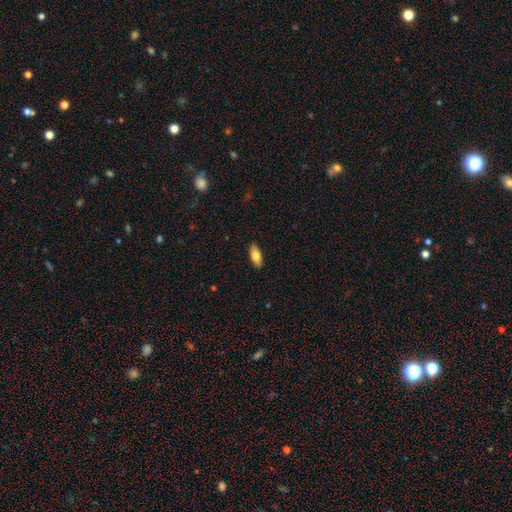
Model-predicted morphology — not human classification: type=smooth (78%); roundness=in between (84%); merging=none (89%).